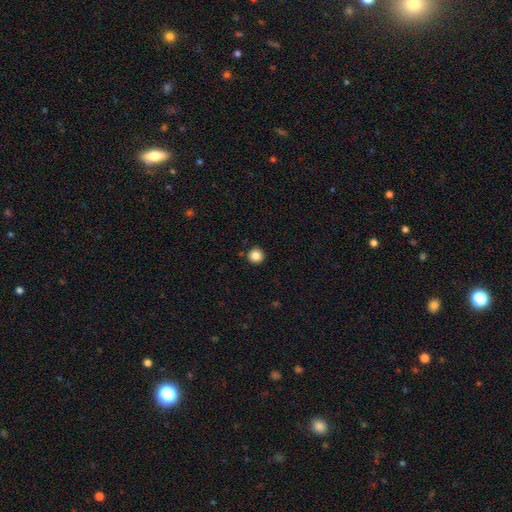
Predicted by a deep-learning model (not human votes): This is clearly a smooth galaxy (86%). How rounded: clearly round (95%). Merging: clearly none (91%).